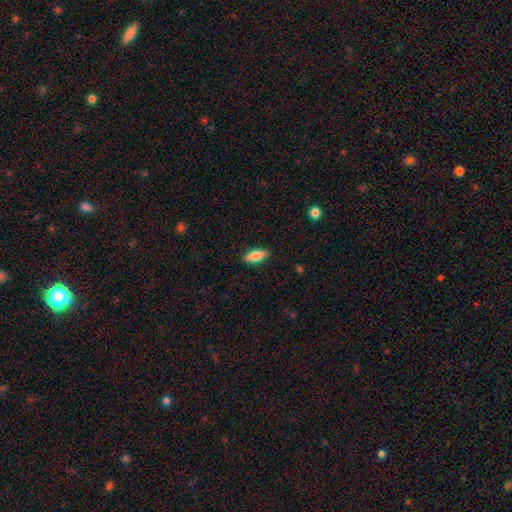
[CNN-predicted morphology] Smooth or featured? smooth (78%)
How rounded? in between (78%)
Merging? none (88%)